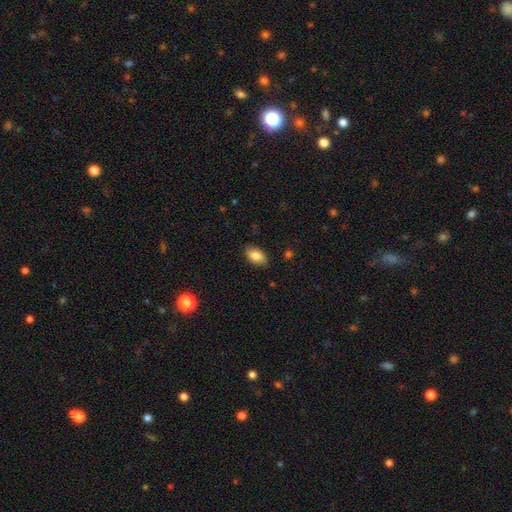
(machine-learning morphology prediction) The model was most divided on "merging": none: 84%, minor disturbance: 13%, major disturbance: 3%, merger: 1%. More confident: how rounded — in between (91%); smooth or featured — smooth (84%).